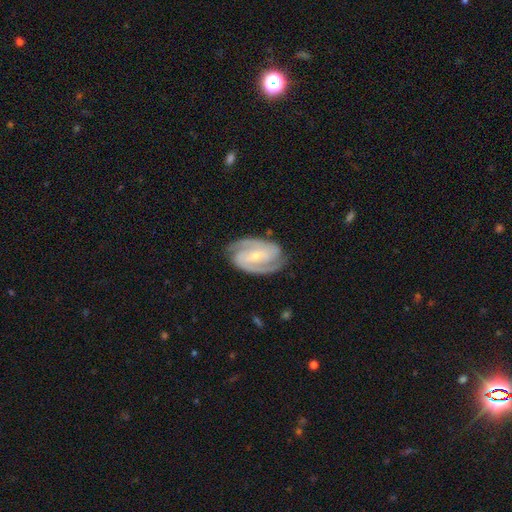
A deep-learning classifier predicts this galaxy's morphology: The model was most divided on "bar": weak: 37%, strong: 36%, no: 27%. More confident: spiral arms — yes (98%); edge-on disk — no (97%); smooth or featured — featured or disk (90%); spiral arm count — 2 (88%); merging — none (82%); bulge size — small (66%); spiral winding — tight (50%).